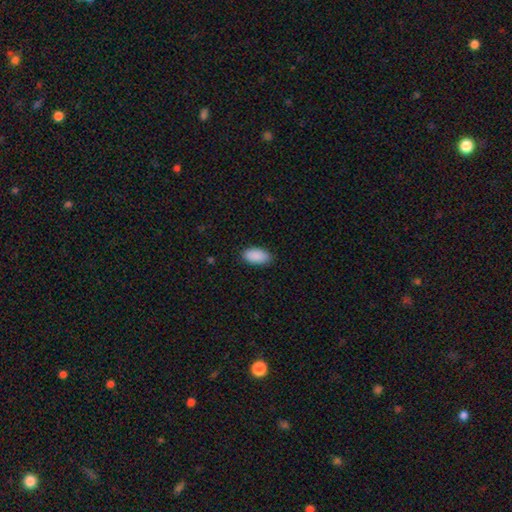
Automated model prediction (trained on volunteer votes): Smooth or featured? Predicted: smooth (p=0.91). How rounded? Predicted: in between (p=0.95). Merging? Predicted: none (p=0.88).